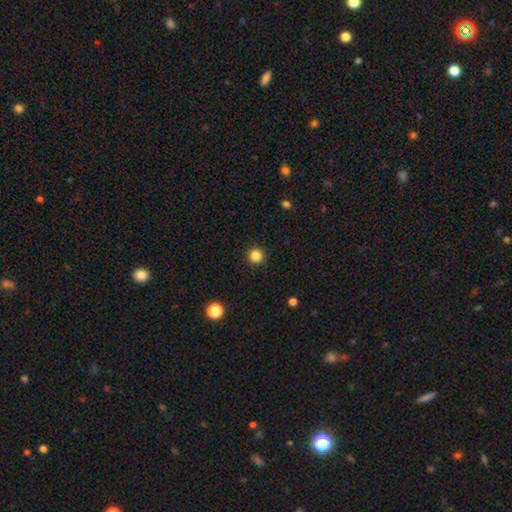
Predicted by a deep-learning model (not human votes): Q: Smooth or featured?
A: smooth (84%); runner-up: star or artifact (12%)
Q: How rounded?
A: round (96%); runner-up: in between (3%)
Q: Merging?
A: none (92%); runner-up: minor disturbance (5%)